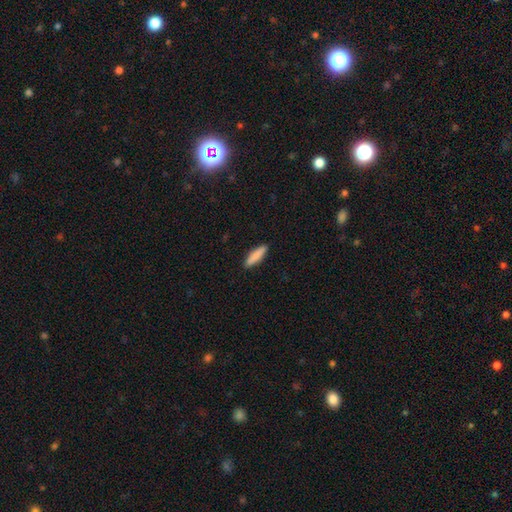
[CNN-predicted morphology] A smooth galaxy with no disk features (86%) that is cigar-shaped (76%). Merging: none (90%).